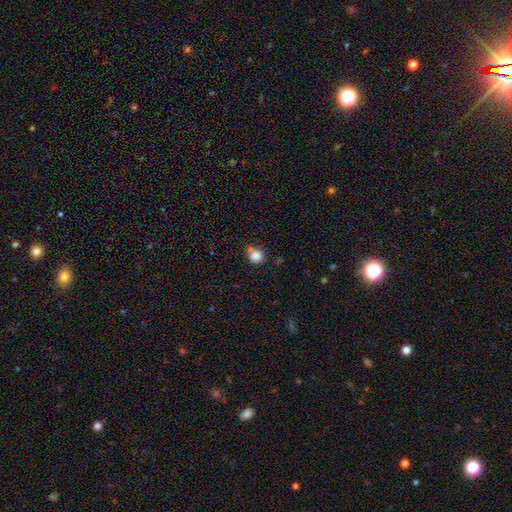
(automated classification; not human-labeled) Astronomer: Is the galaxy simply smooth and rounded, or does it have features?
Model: smooth — 84%.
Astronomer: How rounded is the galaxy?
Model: round — 82%.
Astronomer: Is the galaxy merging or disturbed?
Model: none — 58%.